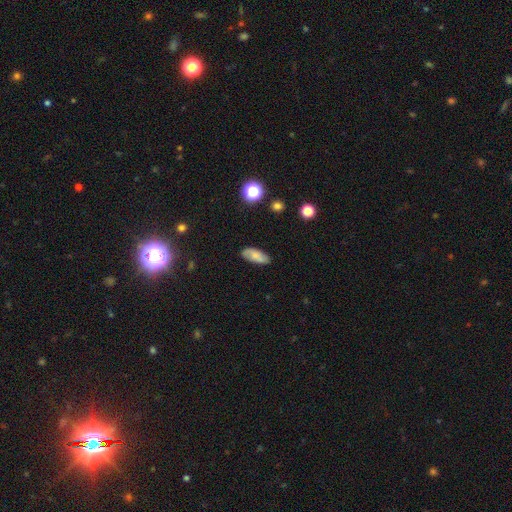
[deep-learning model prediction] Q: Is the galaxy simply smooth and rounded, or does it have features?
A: smooth — 63%.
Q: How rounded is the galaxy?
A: in between — 82%.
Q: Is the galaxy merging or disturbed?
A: none — 82%.